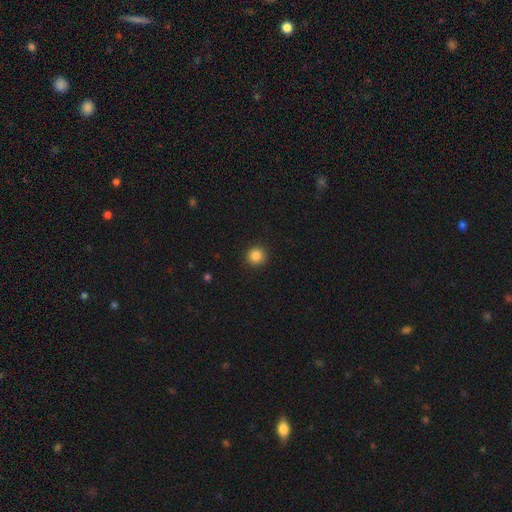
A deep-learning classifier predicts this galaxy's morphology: smooth_or_featured: smooth (p=0.86) [alt: star or artifact p=0.11]
how_rounded: round (p=0.94) [alt: in between p=0.05]
merging: none (p=0.91) [alt: minor disturbance p=0.06]